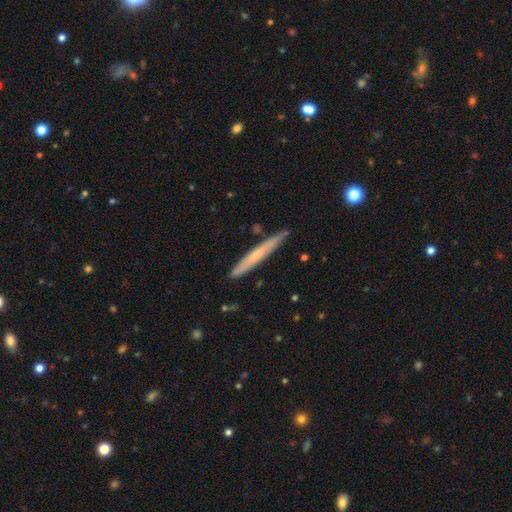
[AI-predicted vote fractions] Morphology: type=smooth (48%); merging=none (86%).